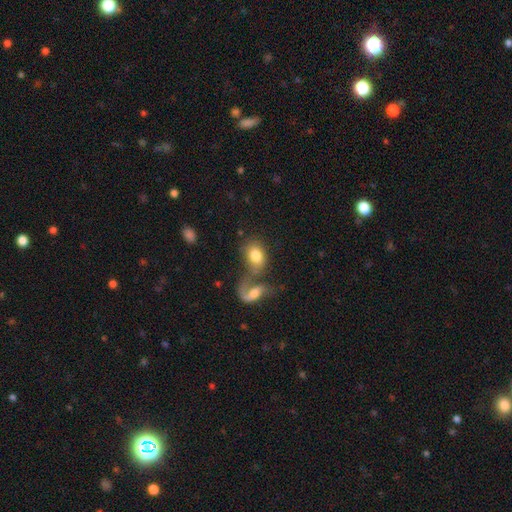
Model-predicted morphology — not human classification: smooth-or-featured: smooth: 72% | featured or disk: 20% | star or artifact: 7%
  how-rounded: in between: 81% | round: 17% | cigar-shaped: 2%
  merging: merger: 58% | none: 25% | major disturbance: 9% | minor disturbance: 8%